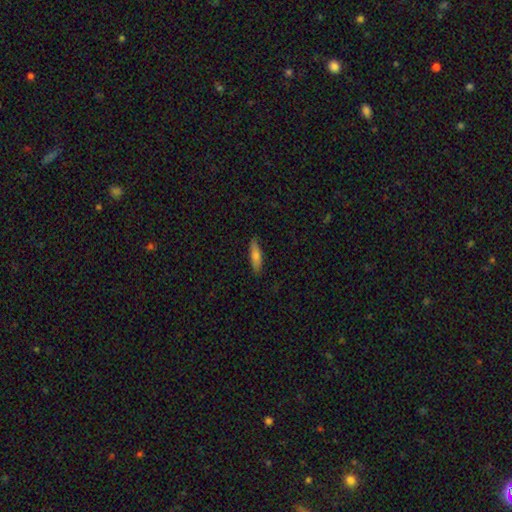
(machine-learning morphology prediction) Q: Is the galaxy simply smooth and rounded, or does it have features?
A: smooth — 73%.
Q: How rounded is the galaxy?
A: cigar-shaped — 65%.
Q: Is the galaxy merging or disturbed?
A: none — 86%.